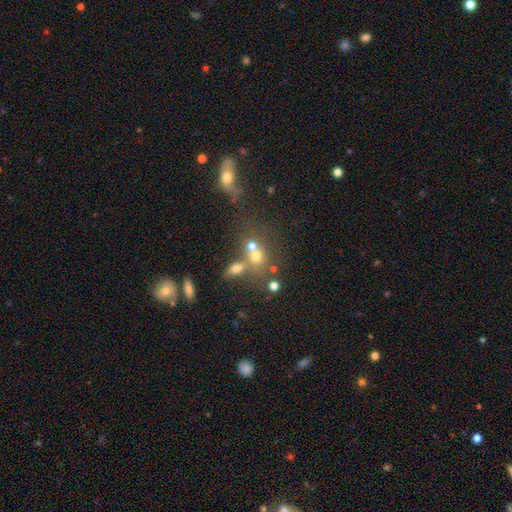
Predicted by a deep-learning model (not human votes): Morphology: type=smooth (57%); roundness=round (70%); merging=merger (45%).